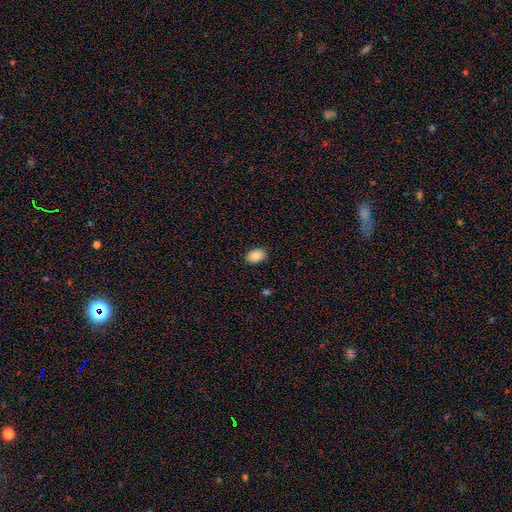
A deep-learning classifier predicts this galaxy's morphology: type=smooth (88%); roundness=in between (83%); merging=none (88%).